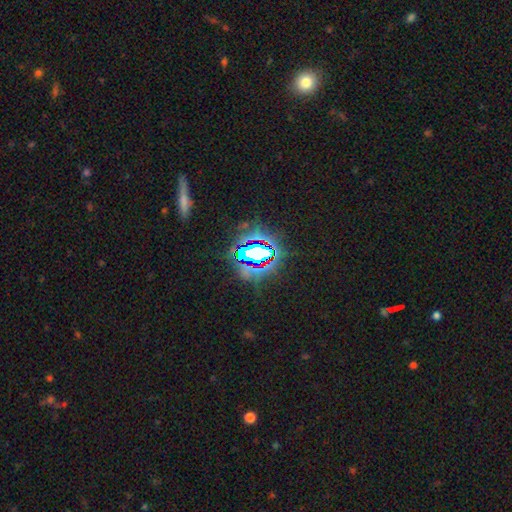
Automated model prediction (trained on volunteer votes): Smooth or featured? Predicted: star or artifact (p=0.79).